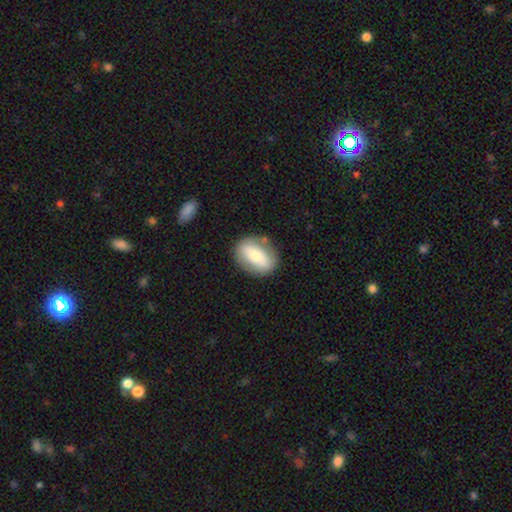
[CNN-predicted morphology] smooth_or_featured: smooth (p=0.59) [alt: featured or disk p=0.35]
how_rounded: in between (p=0.77) [alt: round p=0.20]
merging: none (p=0.79) [alt: minor disturbance p=0.14]